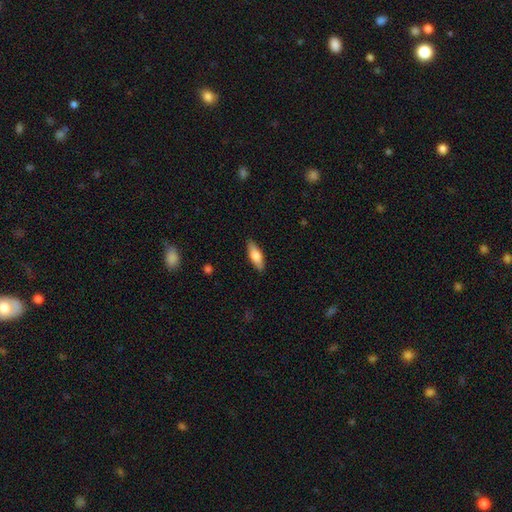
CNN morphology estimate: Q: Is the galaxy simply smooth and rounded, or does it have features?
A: smooth — 73%.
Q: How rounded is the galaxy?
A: in between — 58%.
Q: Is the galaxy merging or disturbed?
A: none — 88%.